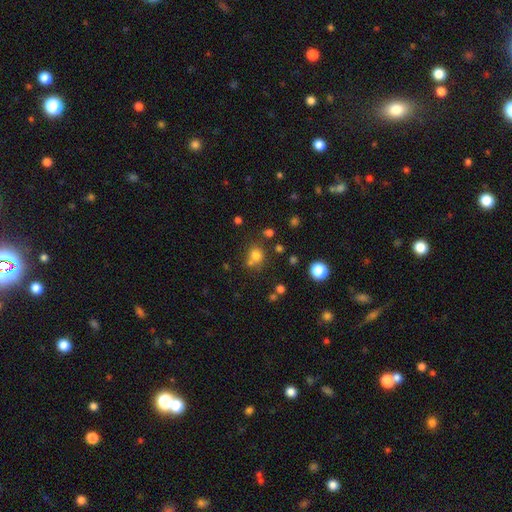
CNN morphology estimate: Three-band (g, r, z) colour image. It shows a smooth galaxy with no disk features (74%) that is round (80%). Merging: none (61%).